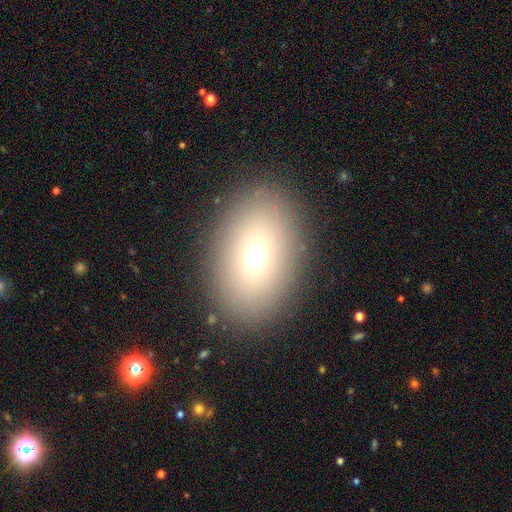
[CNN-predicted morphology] Q: Smooth or featured?
A: smooth (71%); runner-up: featured or disk (15%)
Q: How rounded?
A: in between (79%); runner-up: round (19%)
Q: Merging?
A: none (88%); runner-up: minor disturbance (7%)